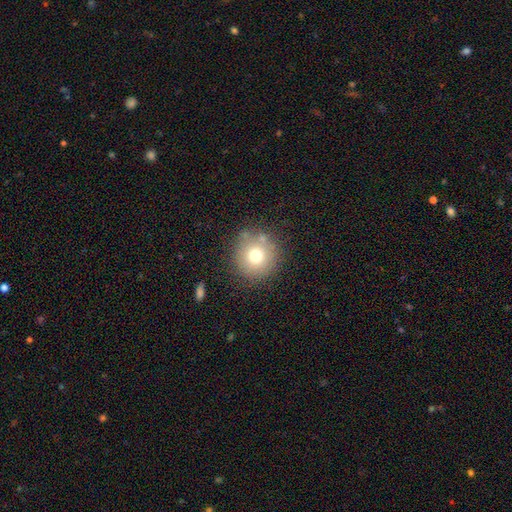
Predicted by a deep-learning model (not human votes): Q: Smooth or featured?
A: smooth (73%); runner-up: featured or disk (14%)
Q: How rounded?
A: round (93%); runner-up: in between (6%)
Q: Merging?
A: none (82%); runner-up: minor disturbance (10%)